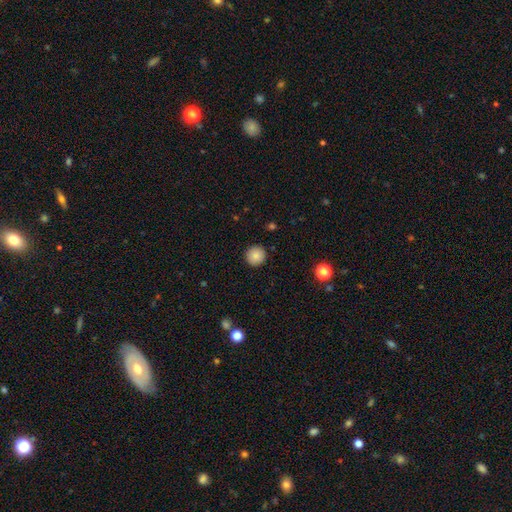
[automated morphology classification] type=smooth (86%); roundness=round (95%); merging=none (92%).